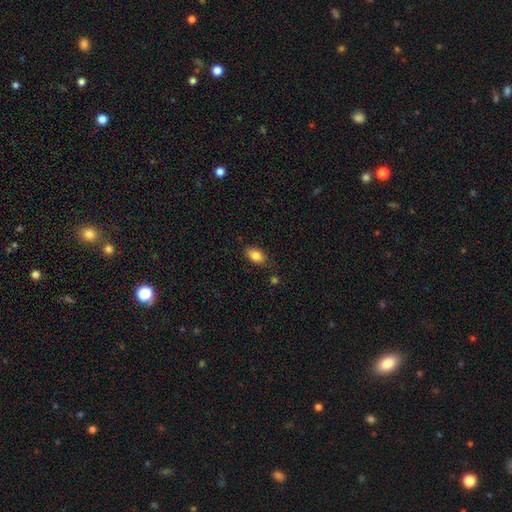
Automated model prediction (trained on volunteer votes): This is clearly a smooth galaxy (84%). How rounded: clearly in between (88%). Merging: likely none (79%).